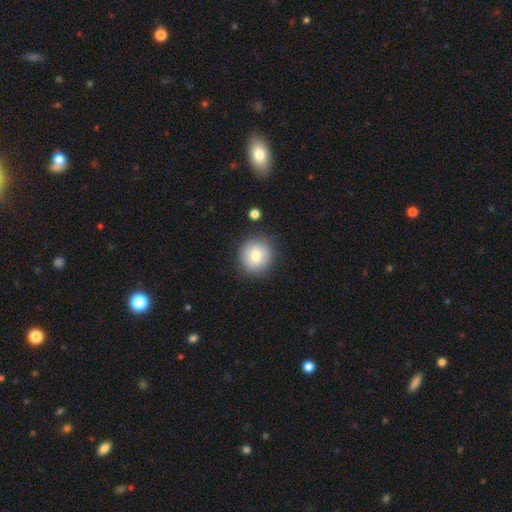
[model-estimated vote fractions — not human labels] smooth_or_featured: smooth (p=0.78) [alt: featured or disk p=0.12]
how_rounded: round (p=0.90) [alt: in between p=0.09]
merging: none (p=0.86) [alt: minor disturbance p=0.09]